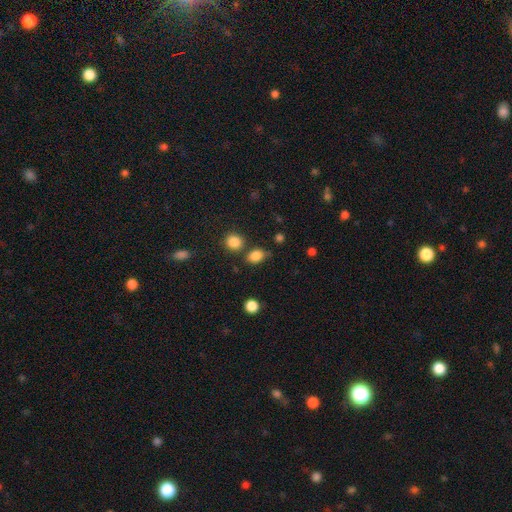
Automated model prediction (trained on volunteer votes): Q: Smooth or featured?
A: smooth (84%); runner-up: star or artifact (11%)
Q: How rounded?
A: in between (62%); runner-up: round (36%)
Q: Merging?
A: none (67%); runner-up: minor disturbance (18%)